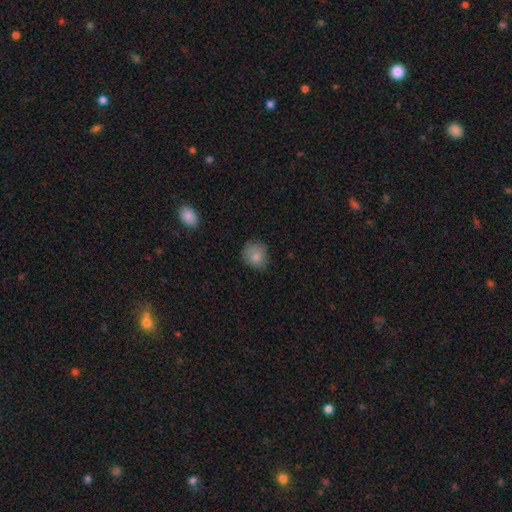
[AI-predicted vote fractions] Overall: smooth (81%). How rounded: round (77%). Merging: none (69%).